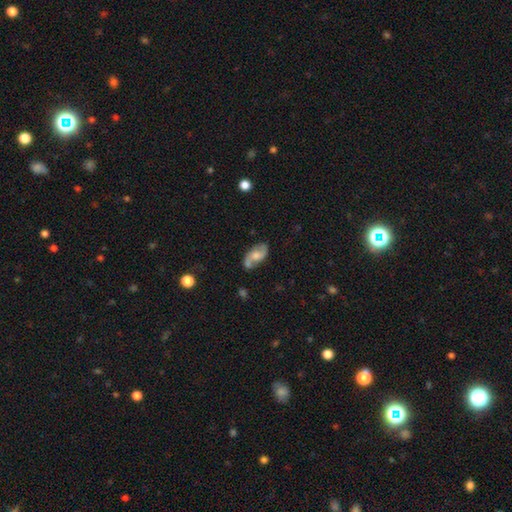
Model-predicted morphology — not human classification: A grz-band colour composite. It shows a featured or disk galaxy (60%) with no bar (60%), spiral arms (87%) and a moderate central bulge (54%). Merging: none (66%).